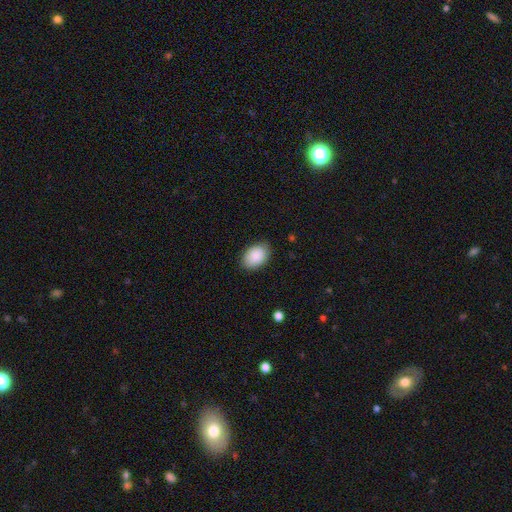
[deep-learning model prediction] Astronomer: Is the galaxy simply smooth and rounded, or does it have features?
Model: smooth — 90%.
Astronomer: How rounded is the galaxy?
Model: in between — 86%.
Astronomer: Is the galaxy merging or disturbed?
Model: none — 84%.